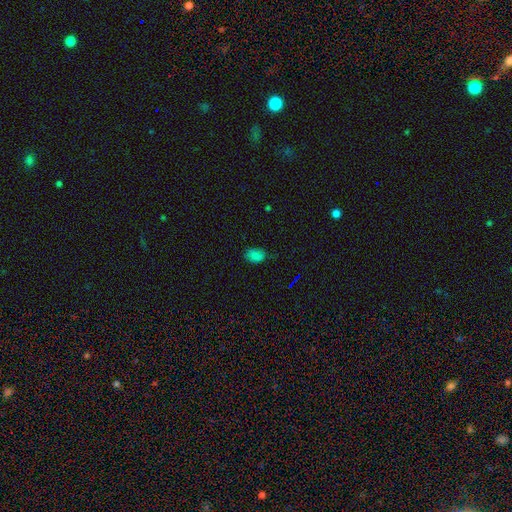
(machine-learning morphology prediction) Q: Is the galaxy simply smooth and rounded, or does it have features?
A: smooth — 78%.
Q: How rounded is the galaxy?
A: in between — 85%.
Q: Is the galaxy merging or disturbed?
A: none — 71%.